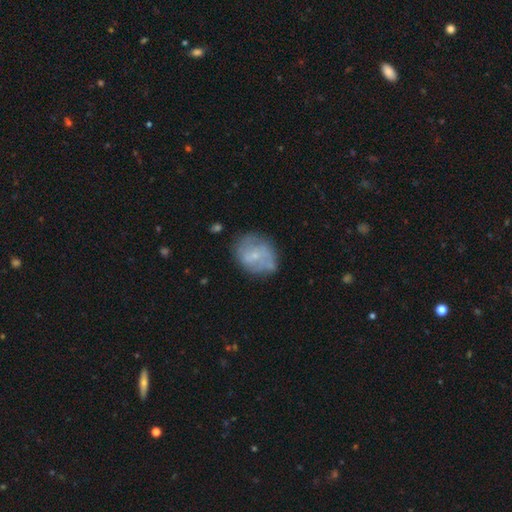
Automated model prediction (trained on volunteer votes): Morphology: type=featured or disk (55%); edge-on=no (97%); bar=no (66%); spiral arms=yes (65%); bulge=small (76%); merging=none (64%).